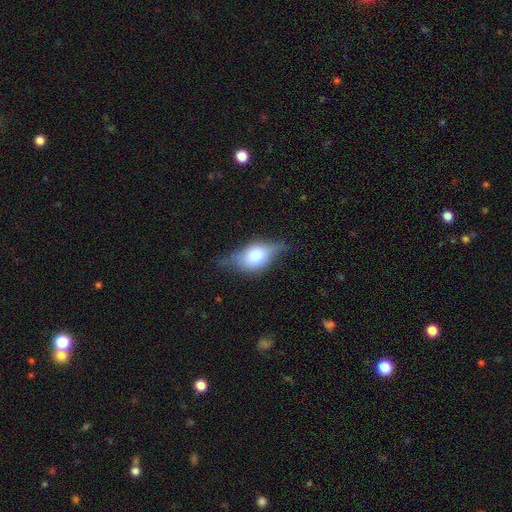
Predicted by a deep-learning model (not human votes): A smooth galaxy with no disk features (50%) that is in between round and cigar-shaped (74%). Merging: none (56%).